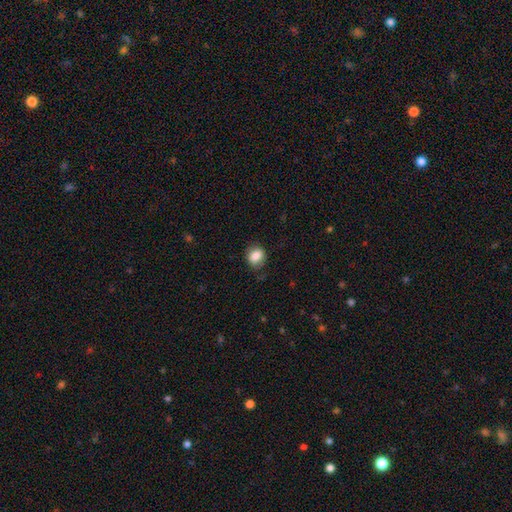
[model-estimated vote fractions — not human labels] smooth_or_featured: smooth (p=0.83) [alt: star or artifact p=0.09]
how_rounded: round (p=0.52) [alt: in between p=0.47]
merging: none (p=0.76) [alt: minor disturbance p=0.18]